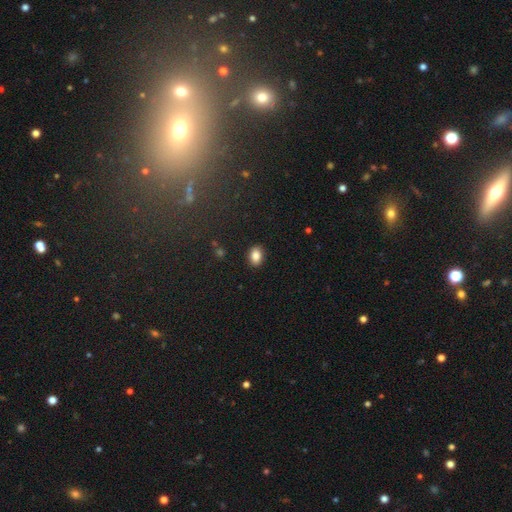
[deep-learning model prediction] Overall: smooth (85%). How rounded: in between (79%). Merging: none (89%).